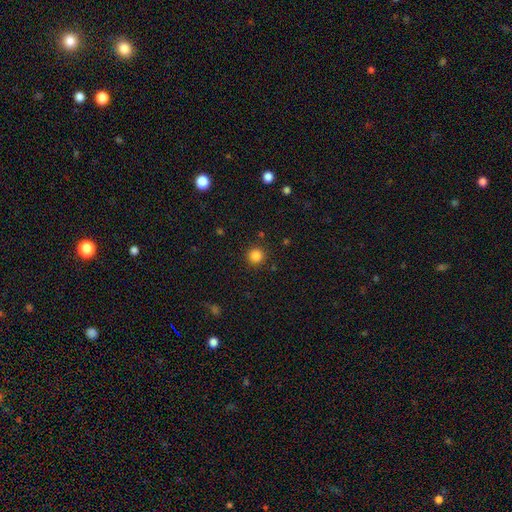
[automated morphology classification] The model was most divided on "smooth or featured": smooth: 85%, star or artifact: 12%, featured or disk: 3%. More confident: how rounded — round (94%); merging — none (90%).